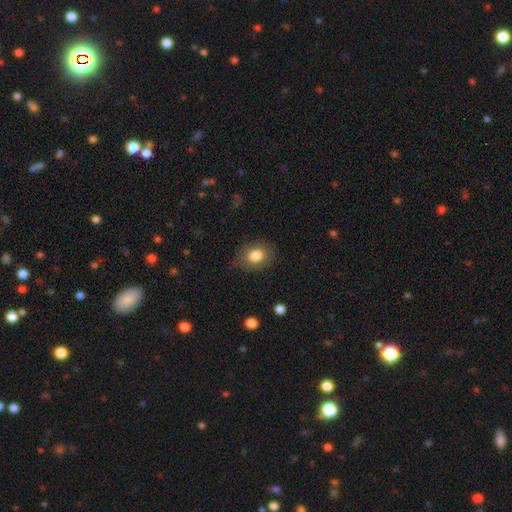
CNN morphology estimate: This is clearly a smooth galaxy (81%). How rounded: possibly in between (53%). Merging: likely none (74%).